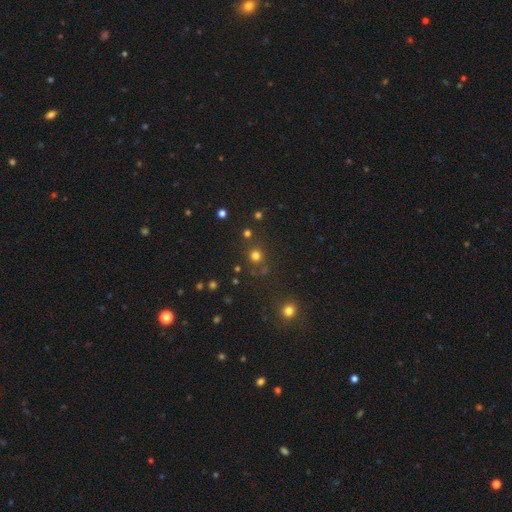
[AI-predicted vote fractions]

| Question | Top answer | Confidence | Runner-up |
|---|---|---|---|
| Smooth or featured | smooth | 72% | star or artifact (23%) |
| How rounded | round | 92% | in between (7%) |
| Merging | none | 80% | minor disturbance (8%) |